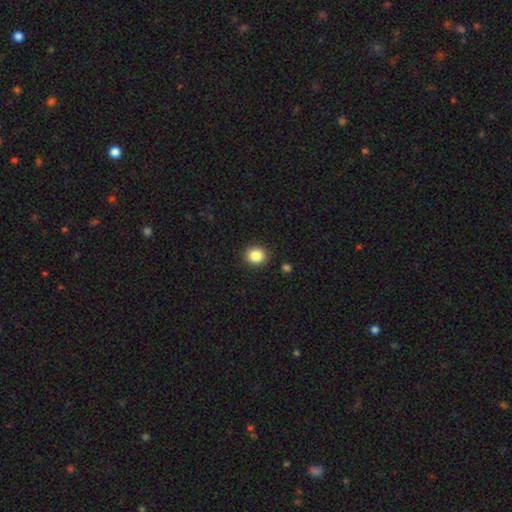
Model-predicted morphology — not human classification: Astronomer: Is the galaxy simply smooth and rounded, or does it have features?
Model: smooth — 86%.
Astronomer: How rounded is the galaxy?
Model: round — 79%.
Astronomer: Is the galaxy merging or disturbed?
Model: none — 90%.